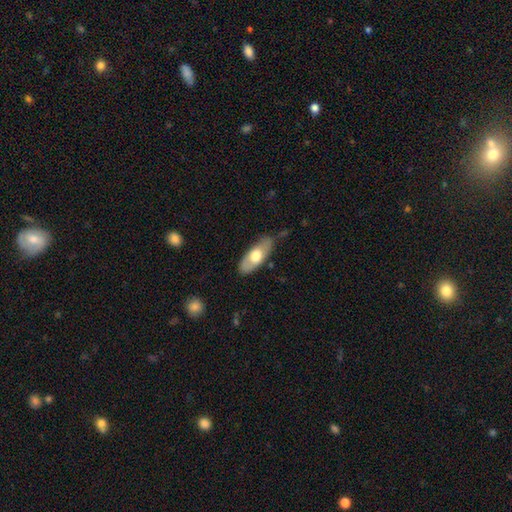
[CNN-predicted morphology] Smooth or featured? smooth (58%)
How rounded? in between (80%)
Merging? none (72%)